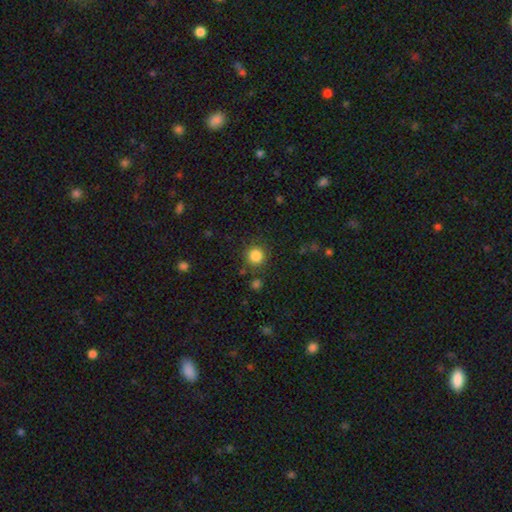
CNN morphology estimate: This appears to be a smooth galaxy with no disk features (85%) that is round (93%). Merging: none (85%).